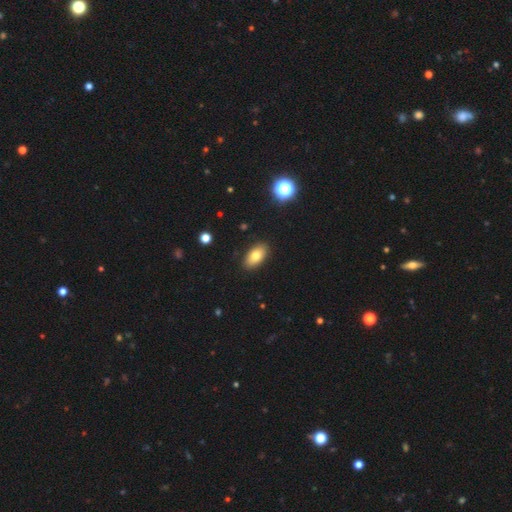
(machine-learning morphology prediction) smooth 78%, featured or disk 13%, star or artifact 9%. Down the decision tree: how rounded — in between (92%); merging — none (89%).